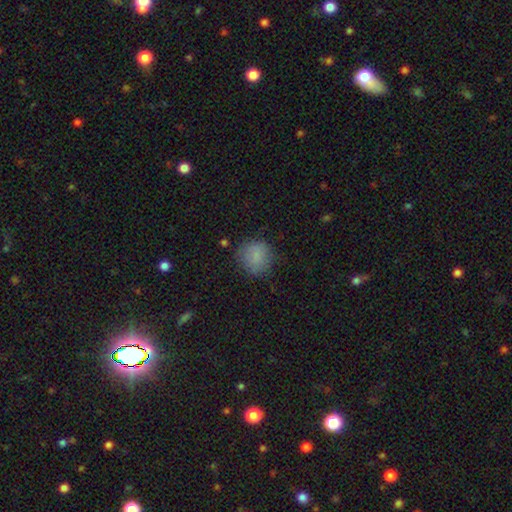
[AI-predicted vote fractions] Smooth or featured? smooth (82%)
How rounded? round (86%)
Merging? none (75%)